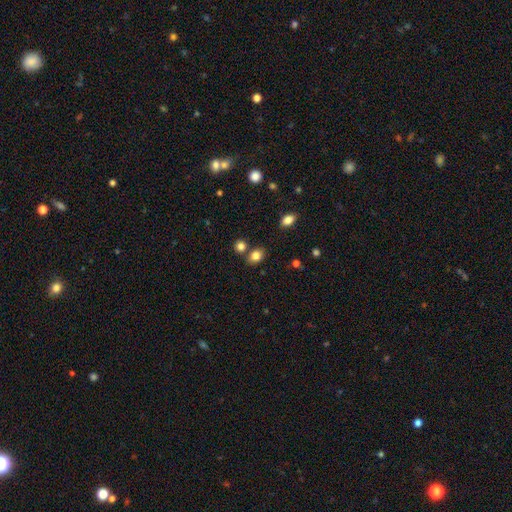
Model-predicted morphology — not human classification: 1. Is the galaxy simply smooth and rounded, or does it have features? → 82% smooth, 11% star or artifact, 6% featured or disk.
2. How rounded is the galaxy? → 58% in between, 41% round, 1% cigar-shaped.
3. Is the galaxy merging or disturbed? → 70% none, 14% merger, 12% minor disturbance, 3% major disturbance.